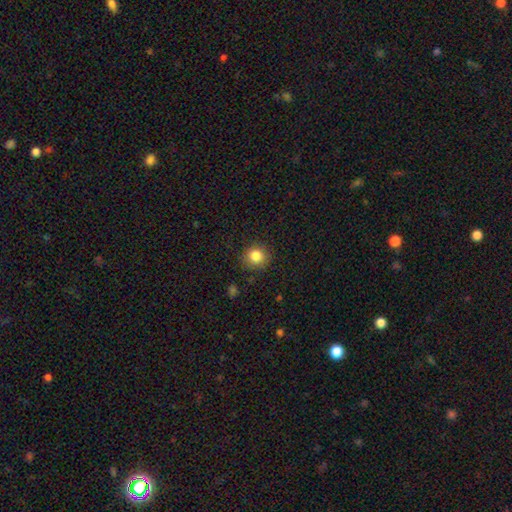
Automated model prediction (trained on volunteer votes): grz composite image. It shows a smooth galaxy with no disk features (84%) that is round (89%). Merging: none (87%).